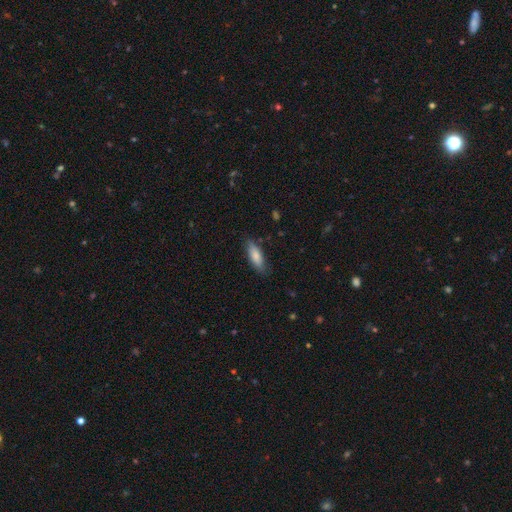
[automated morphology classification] A smooth galaxy with no disk features (81%) that is in between round and cigar-shaped (57%).

Vote fractions:
- Smooth or featured? smooth: 81% / featured or disk: 13% / star or artifact: 6%
- How rounded? in between: 57% / cigar-shaped: 41% / round: 2%
- Merging? none: 80% / minor disturbance: 16% / major disturbance: 3% / merger: 1%